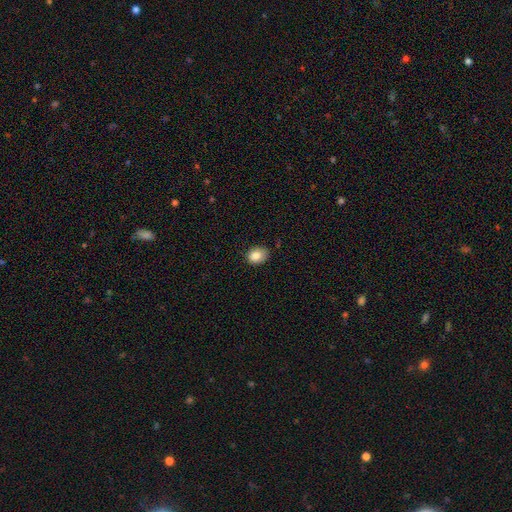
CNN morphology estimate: Smooth or featured?
  - smooth: 84% *
  - star or artifact: 9%
  - featured or disk: 7%
How rounded?
  - in between: 51% *
  - round: 48%
  - cigar-shaped: 1%
Merging?
  - none: 78% *
  - minor disturbance: 17%
  - major disturbance: 3%
  - merger: 1%